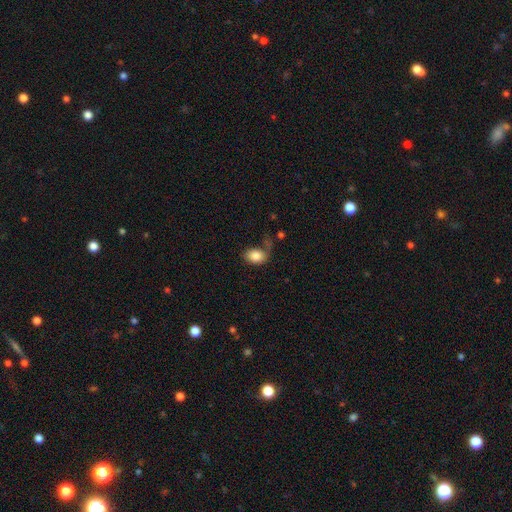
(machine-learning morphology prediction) smooth-or-featured: smooth: 83% | featured or disk: 10% | star or artifact: 8%
  how-rounded: in between: 73% | round: 25% | cigar-shaped: 1%
  merging: none: 50% | minor disturbance: 21% | major disturbance: 20% | merger: 9%